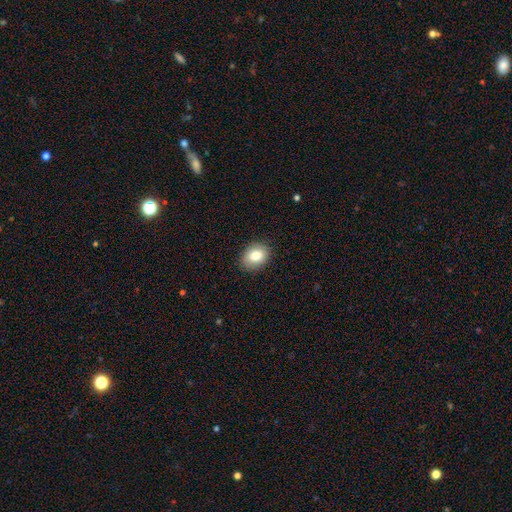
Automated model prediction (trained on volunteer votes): smooth_or_featured: smooth (p=0.82) [alt: featured or disk p=0.10]
how_rounded: in between (p=0.65) [alt: round p=0.34]
merging: none (p=0.88) [alt: minor disturbance p=0.09]